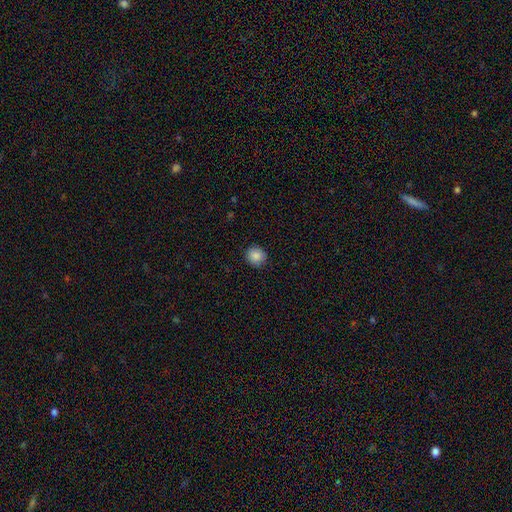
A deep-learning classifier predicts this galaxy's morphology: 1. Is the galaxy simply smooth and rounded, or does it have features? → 87% smooth, 9% star or artifact, 4% featured or disk.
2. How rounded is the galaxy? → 87% round, 12% in between, 1% cigar-shaped.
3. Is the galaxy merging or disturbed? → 90% none, 7% minor disturbance, 2% major disturbance, 1% merger.